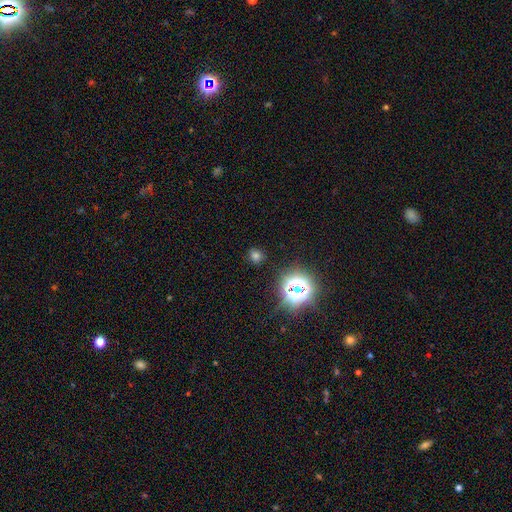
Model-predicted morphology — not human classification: This is likely a smooth galaxy (63%). How rounded: likely round (76%). Merging: clearly none (85%).